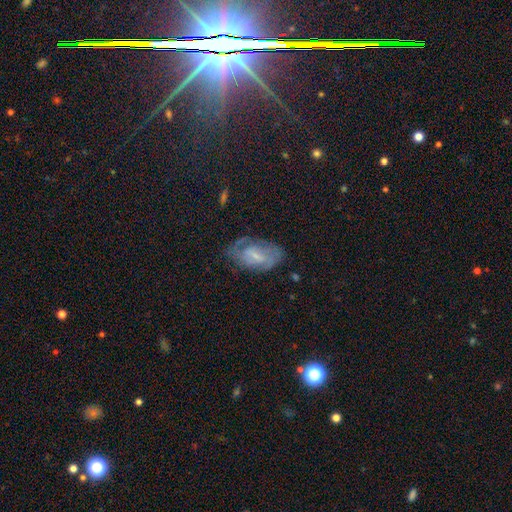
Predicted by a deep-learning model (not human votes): This appears to be a featured or disk galaxy (62%) with a weak bar (50%), spiral arms (80%) and a small central bulge (54%). Merging: none (58%).